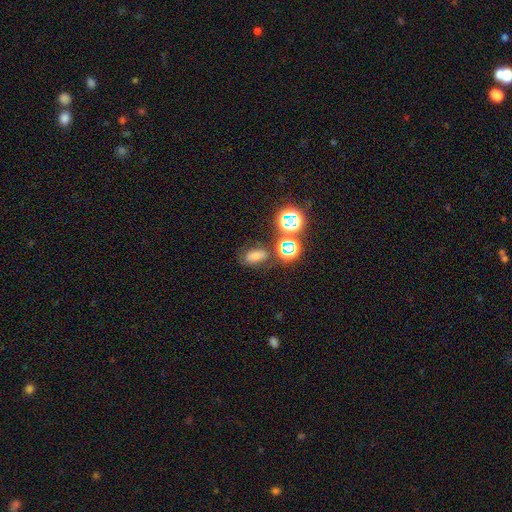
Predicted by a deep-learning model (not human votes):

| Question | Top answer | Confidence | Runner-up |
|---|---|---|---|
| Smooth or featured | smooth | 59% | star or artifact (28%) |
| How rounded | in between | 81% | round (16%) |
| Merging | none | 64% | minor disturbance (18%) |